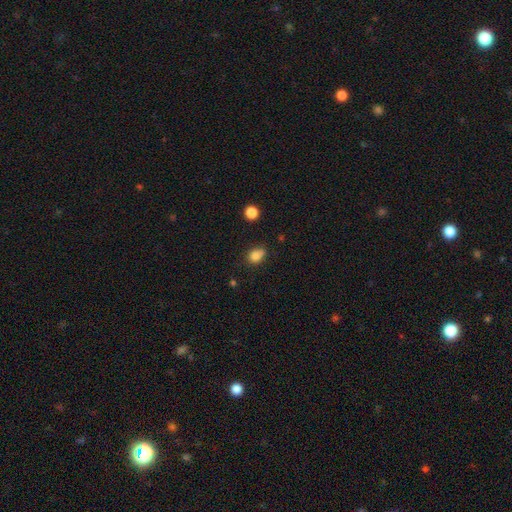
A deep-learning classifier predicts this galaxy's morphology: Smooth or featured? Predicted: smooth (p=0.81). How rounded? Predicted: in between (p=0.58). Merging? Predicted: none (p=0.58).